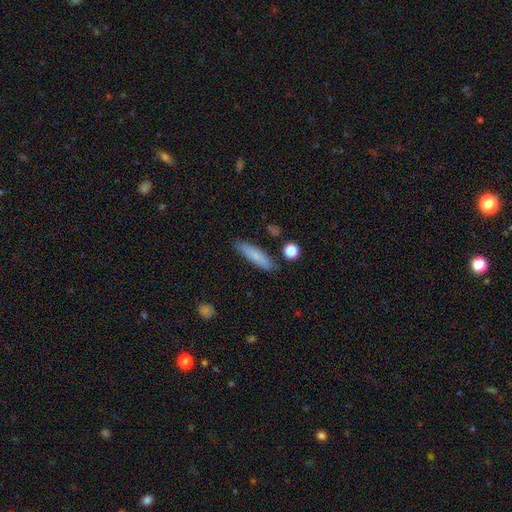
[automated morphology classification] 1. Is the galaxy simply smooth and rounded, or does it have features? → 78% smooth, 15% featured or disk, 7% star or artifact.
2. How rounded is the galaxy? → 73% cigar-shaped, 25% in between, 2% round.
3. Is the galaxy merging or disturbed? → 85% none, 11% minor disturbance, 3% merger, 2% major disturbance.